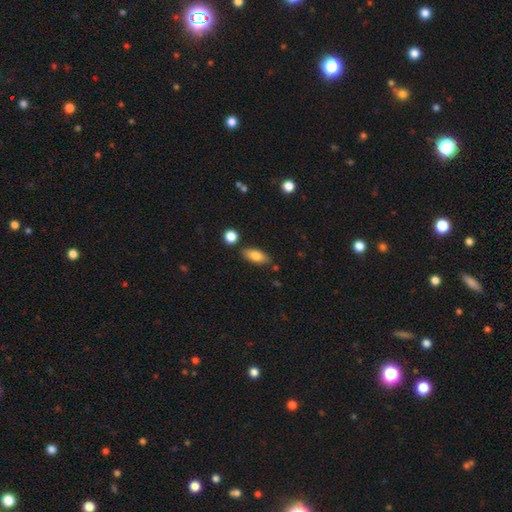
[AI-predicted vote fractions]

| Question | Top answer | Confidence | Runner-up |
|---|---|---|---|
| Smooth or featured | smooth | 79% | featured or disk (14%) |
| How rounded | in between | 83% | cigar-shaped (13%) |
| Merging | none | 81% | minor disturbance (12%) |